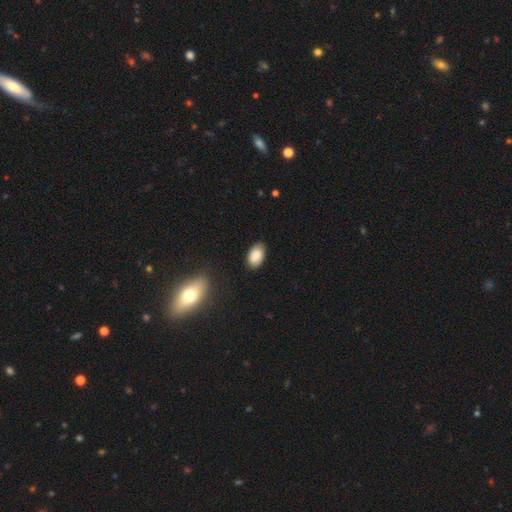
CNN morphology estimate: smooth_or_featured: smooth (p=0.86) [alt: star or artifact p=0.07]
how_rounded: in between (p=0.94) [alt: round p=0.05]
merging: none (p=0.84) [alt: minor disturbance p=0.12]